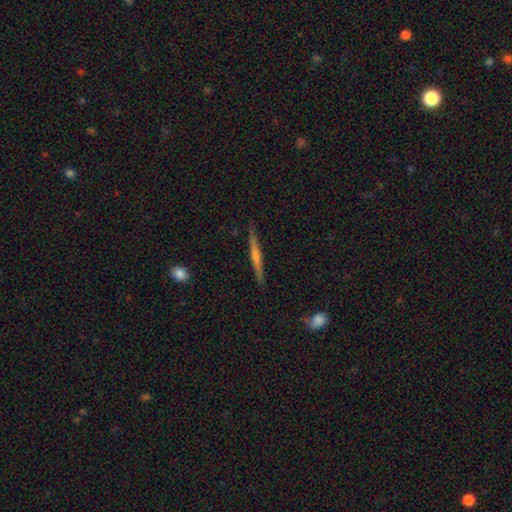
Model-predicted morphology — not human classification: Overall: featured or disk (70%). Edge-on disk: yes (98%). Edge-on bulge: rounded (68%). Merging: none (91%).